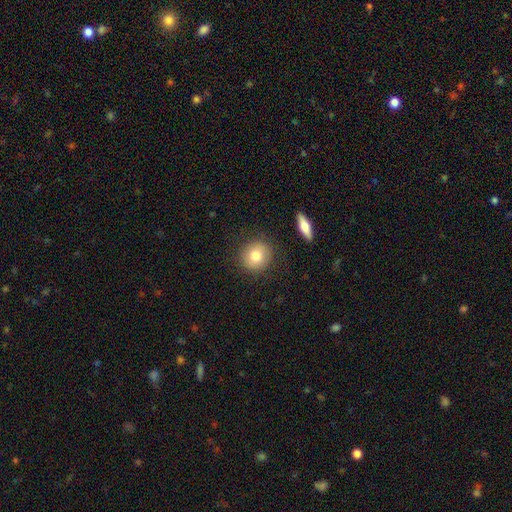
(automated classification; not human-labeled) This appears to be a smooth galaxy with no disk features (79%) that is round (84%). Merging: none (86%).